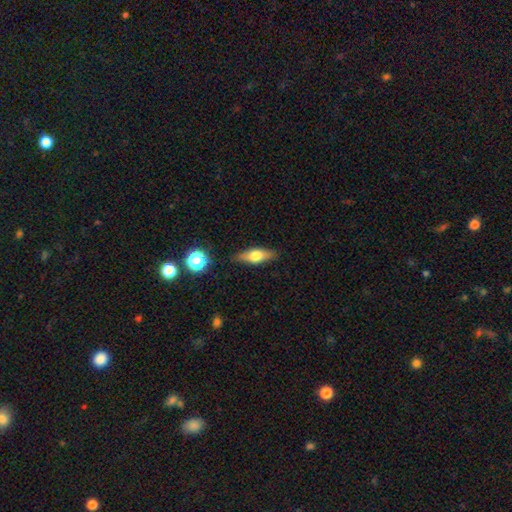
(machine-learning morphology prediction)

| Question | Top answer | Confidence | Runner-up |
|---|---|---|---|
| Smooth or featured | smooth | 59% | featured or disk (34%) |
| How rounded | in between | 60% | cigar-shaped (35%) |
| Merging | none | 84% | minor disturbance (11%) |